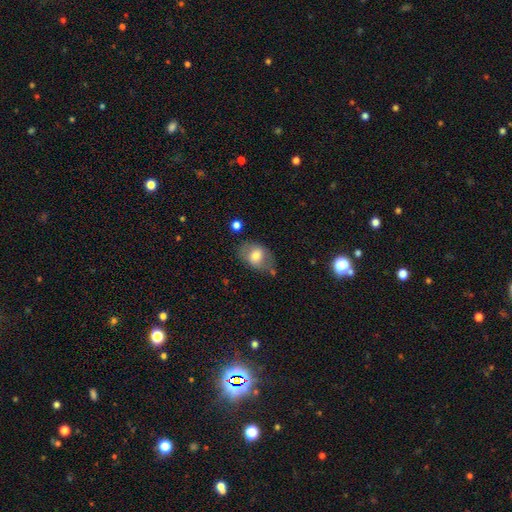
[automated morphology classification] The model was most divided on "merging": none: 58%, minor disturbance: 25%, major disturbance: 11%, merger: 6%. More confident: how rounded — in between (75%); smooth or featured — smooth (69%).